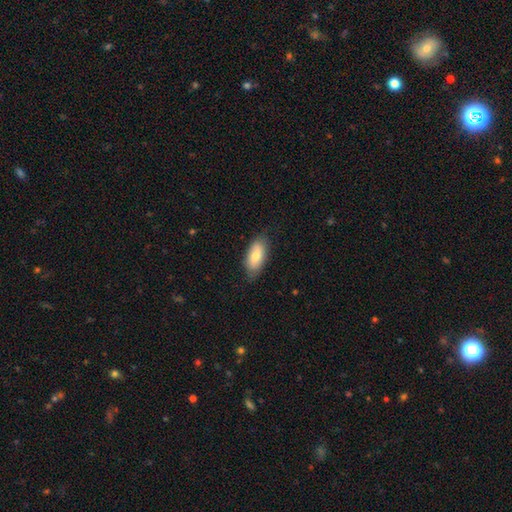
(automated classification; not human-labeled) A smooth galaxy with no disk features (74%) that is in between round and cigar-shaped (90%). Merging: none (79%).